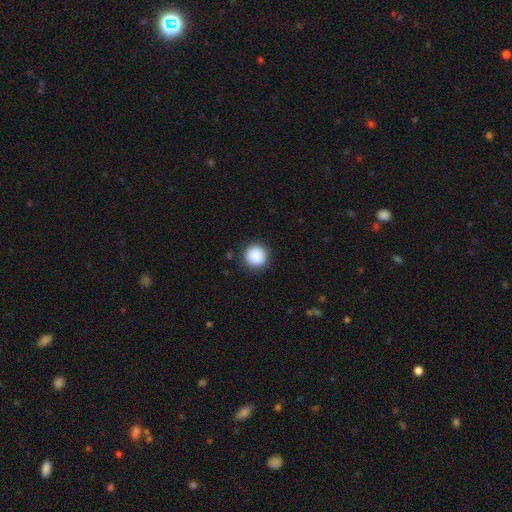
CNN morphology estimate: This is clearly a smooth galaxy (89%). How rounded: clearly round (95%). Merging: clearly none (91%).